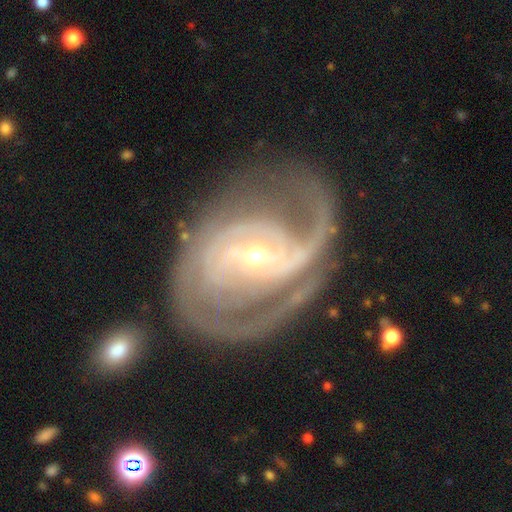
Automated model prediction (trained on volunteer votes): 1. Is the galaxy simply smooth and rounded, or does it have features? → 90% featured or disk, 5% smooth, 5% star or artifact.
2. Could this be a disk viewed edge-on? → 97% no, 3% yes.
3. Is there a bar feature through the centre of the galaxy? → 41% weak, 34% strong, 25% no.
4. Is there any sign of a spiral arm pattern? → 96% yes, 4% no.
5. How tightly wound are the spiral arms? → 47% tight, 40% medium, 13% loose.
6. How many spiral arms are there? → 51% 2, 18% can't tell, 15% 3, 6% 1, 6% 4, 4% more than 4.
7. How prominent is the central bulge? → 75% small, 22% moderate, 2% large, 1% none, 1% dominant.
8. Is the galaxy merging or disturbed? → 59% none, 19% minor disturbance, 18% major disturbance, 4% merger.